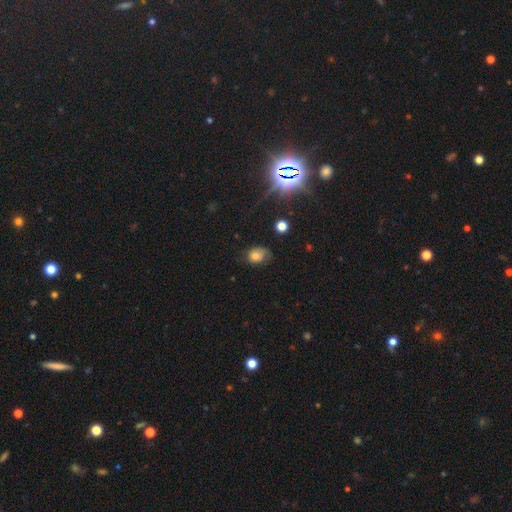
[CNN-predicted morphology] Smooth or featured? smooth (71%)
How rounded? in between (63%)
Merging? none (52%)